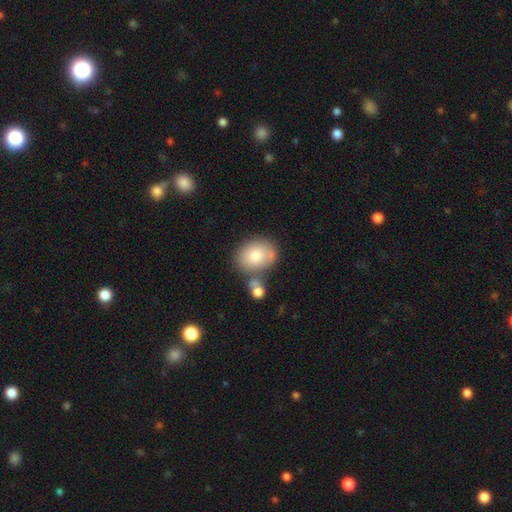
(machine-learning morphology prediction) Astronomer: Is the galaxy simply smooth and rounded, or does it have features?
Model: smooth — 79%.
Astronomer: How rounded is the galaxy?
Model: in between — 60% (runner-up: round, 39%).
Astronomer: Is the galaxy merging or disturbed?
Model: none — 56%.